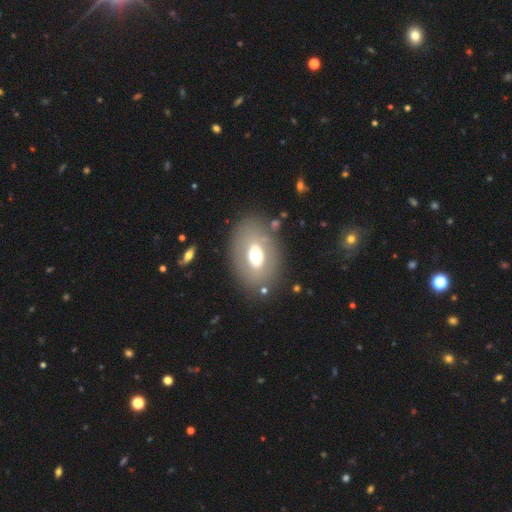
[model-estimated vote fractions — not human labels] Smooth or featured? smooth (50%)
How rounded? in between (79%)
Merging? none (76%)